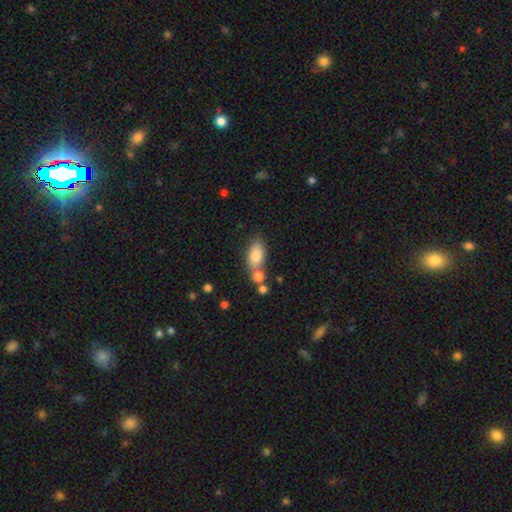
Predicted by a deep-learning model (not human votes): Smooth or featured?
  - smooth: 78% *
  - featured or disk: 14%
  - star or artifact: 8%
How rounded?
  - in between: 84% *
  - cigar-shaped: 9%
  - round: 6%
Merging?
  - none: 54% *
  - merger: 27%
  - minor disturbance: 14%
  - major disturbance: 5%